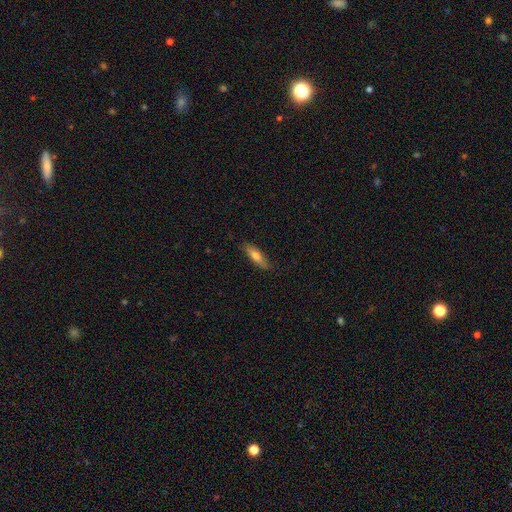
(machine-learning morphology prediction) Smooth or featured? Predicted: smooth (p=0.67). How rounded? Predicted: cigar-shaped (p=0.65). Merging? Predicted: none (p=0.82).